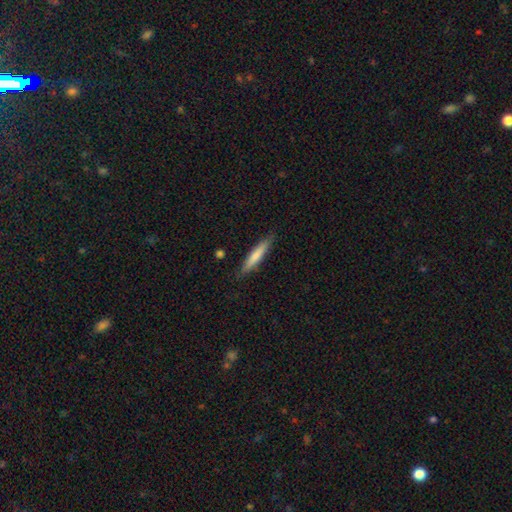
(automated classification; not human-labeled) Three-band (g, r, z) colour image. It shows a smooth galaxy with no disk features (72%) that is cigar-shaped (91%). Merging: none (86%).